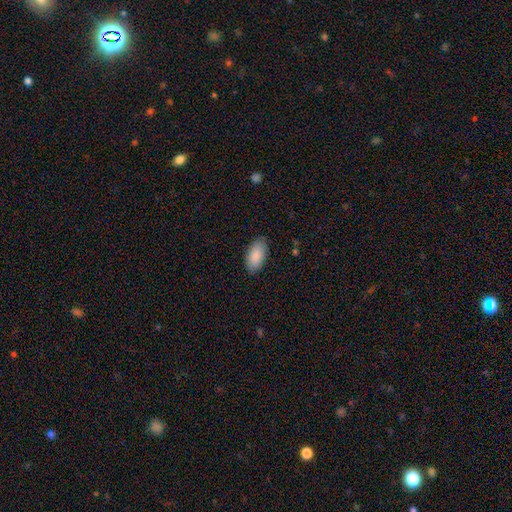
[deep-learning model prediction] Smooth or featured: smooth — 89% (star or artifact — 6%)
How rounded: in between — 94% (cigar-shaped — 4%)
Merging: none — 86% (minor disturbance — 11%)